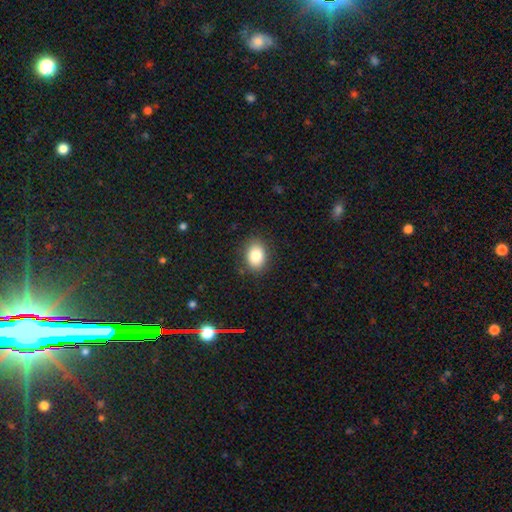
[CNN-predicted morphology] Overall: smooth (82%). How rounded: in between (66%; round 33%). Merging: none (86%).